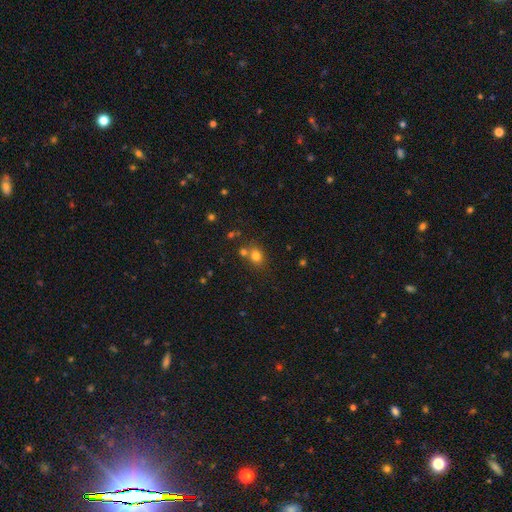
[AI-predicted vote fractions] This is likely a smooth galaxy (76%). How rounded: likely round (69%). Merging: possibly none (59%).